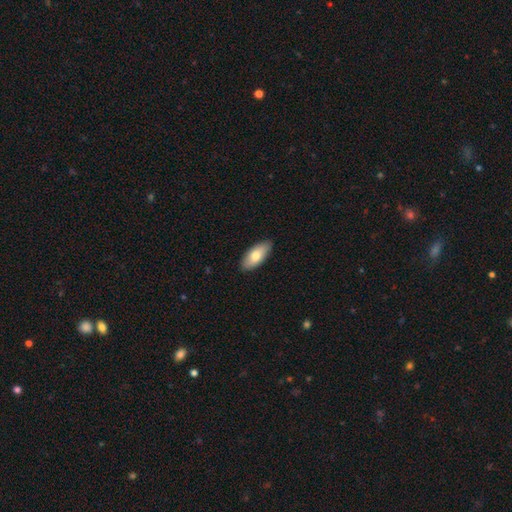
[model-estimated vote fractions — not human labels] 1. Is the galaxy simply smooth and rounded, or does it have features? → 77% smooth, 18% featured or disk, 6% star or artifact.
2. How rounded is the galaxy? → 88% in between, 10% cigar-shaped, 2% round.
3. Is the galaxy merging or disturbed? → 88% none, 9% minor disturbance, 2% major disturbance, 1% merger.